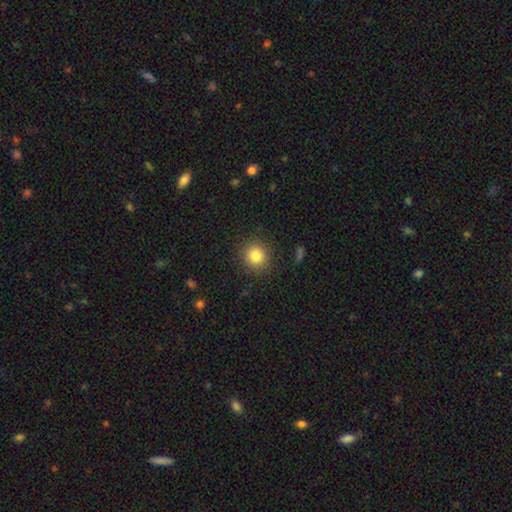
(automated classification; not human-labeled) Q: Smooth or featured?
A: smooth (83%); runner-up: star or artifact (11%)
Q: How rounded?
A: round (92%); runner-up: in between (7%)
Q: Merging?
A: none (89%); runner-up: minor disturbance (7%)